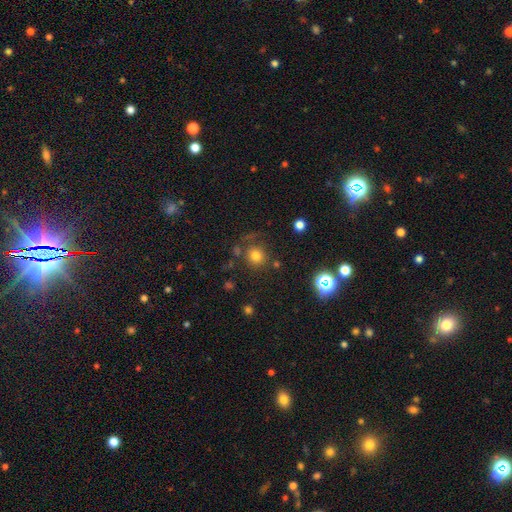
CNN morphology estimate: A smooth galaxy with no disk features (76%) that is round (88%).

Vote fractions:
- Smooth or featured? smooth: 76% / star or artifact: 16% / featured or disk: 8%
- How rounded? round: 88% / in between: 11% / cigar-shaped: 1%
- Merging? none: 72% / minor disturbance: 12% / merger: 8% / major disturbance: 8%